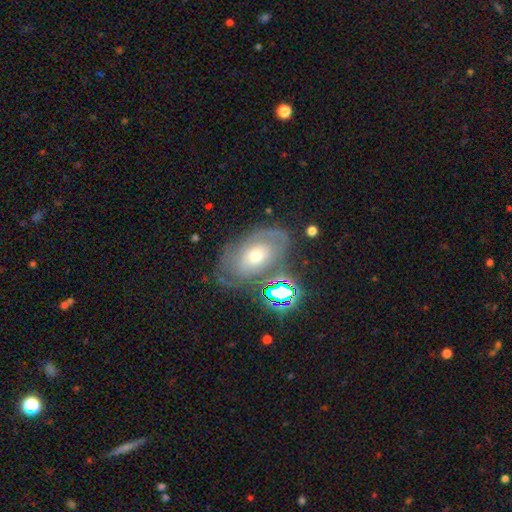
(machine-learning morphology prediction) The model was most divided on "bulge size": moderate: 54%, small: 37%, large: 6%, dominant: 2%, none: 1%. More confident: edge-on disk — no (93%); bar — no (79%); spiral arms — yes (66%); merging — none (61%); smooth or featured — featured or disk (59%).